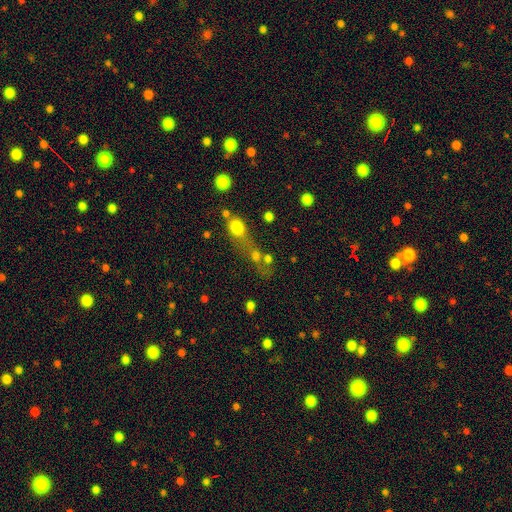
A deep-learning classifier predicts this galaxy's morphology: smooth 45%, star or artifact 38%, featured or disk 18%. Down the decision tree: merging — none (45%).